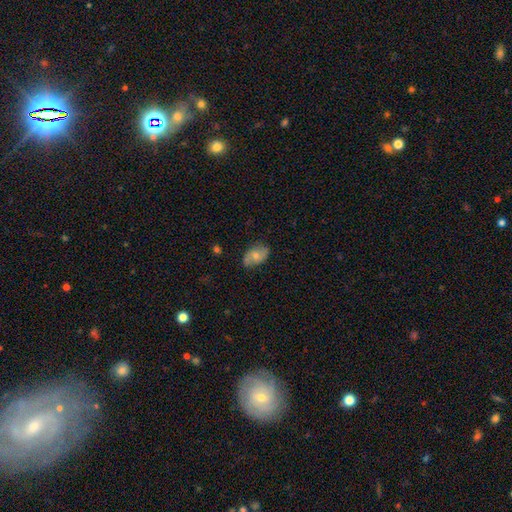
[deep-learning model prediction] This is possibly a smooth galaxy (55%). How rounded: clearly in between (88%). Merging: likely none (71%).